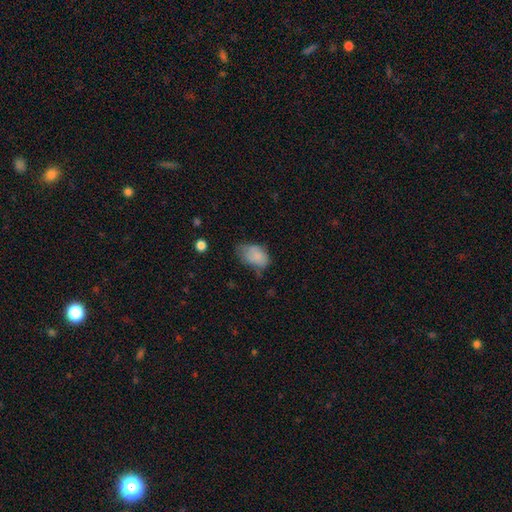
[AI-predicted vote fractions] Morphology: type=smooth (78%); roundness=in between (84%); merging=minor disturbance (40%).